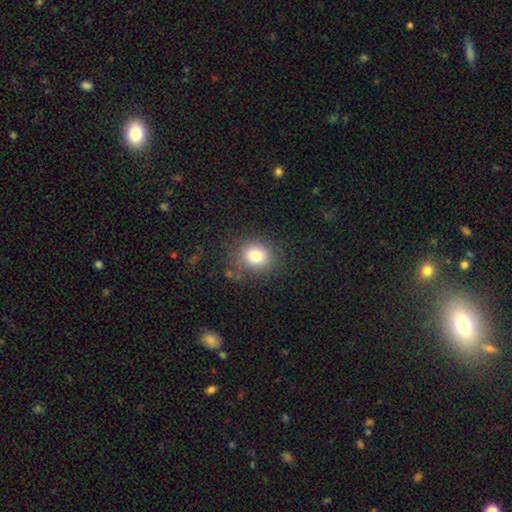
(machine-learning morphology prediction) smooth 80%, star or artifact 12%, featured or disk 9%. Down the decision tree: how rounded — round (74%); merging — none (79%).